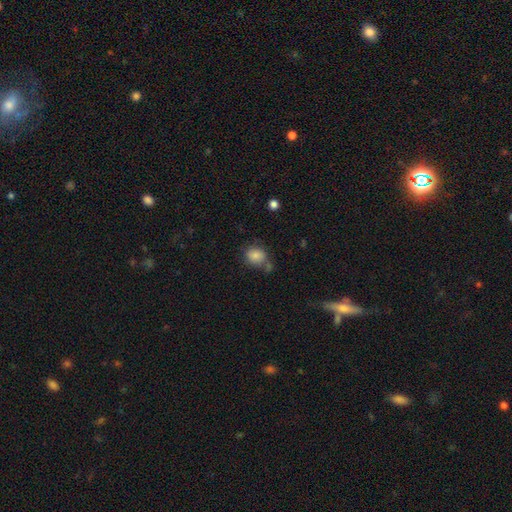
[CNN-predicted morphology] smooth-or-featured: smooth: 83% | star or artifact: 10% | featured or disk: 8%
  how-rounded: round: 56% | in between: 43% | cigar-shaped: 1%
  merging: none: 58% | minor disturbance: 21% | merger: 14% | major disturbance: 7%